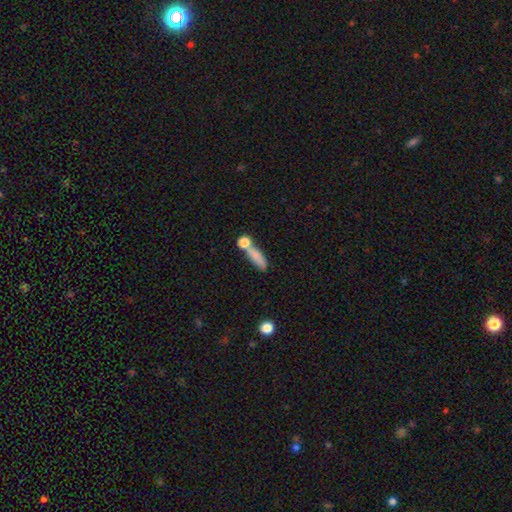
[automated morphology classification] Smooth or featured? smooth (77%)
How rounded? cigar-shaped (51%)
Merging? none (41%)